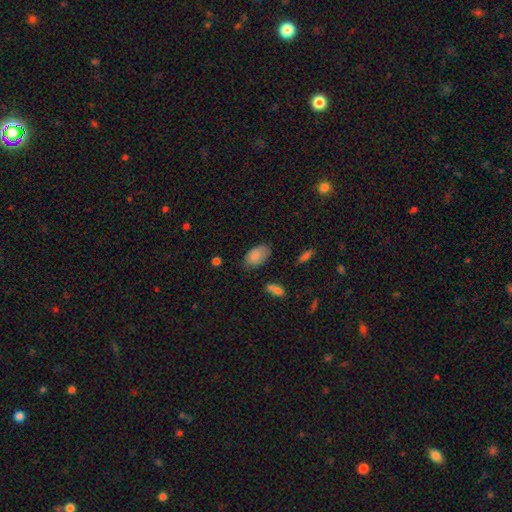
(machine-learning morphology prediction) type=smooth (84%); roundness=in between (93%); merging=none (68%).